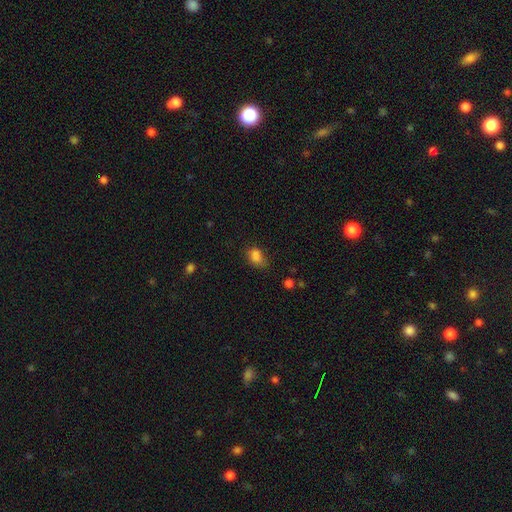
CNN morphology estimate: Smooth or featured? Predicted: smooth (p=0.80). How rounded? Predicted: in between (p=0.75). Merging? Predicted: none (p=0.48).